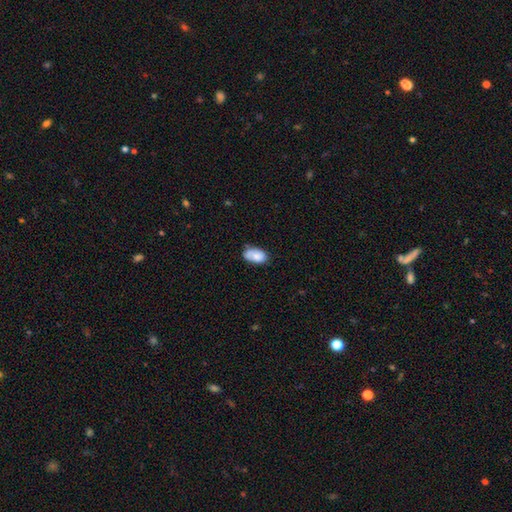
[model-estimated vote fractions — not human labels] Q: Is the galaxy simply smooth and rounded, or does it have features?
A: smooth — 79%.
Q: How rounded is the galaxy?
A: in between — 93%.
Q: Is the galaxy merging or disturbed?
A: none — 62%.